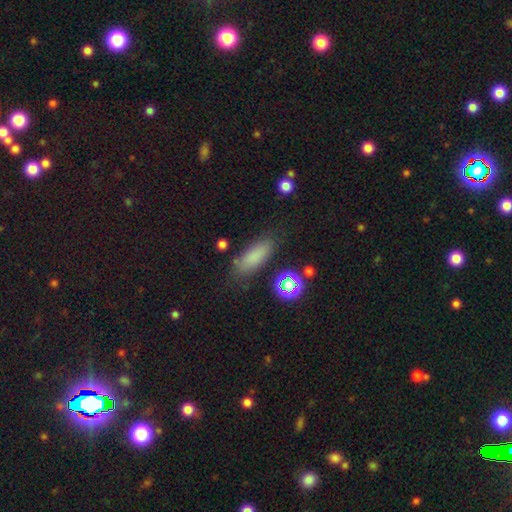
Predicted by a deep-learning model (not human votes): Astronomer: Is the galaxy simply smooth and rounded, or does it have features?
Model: smooth — 78%.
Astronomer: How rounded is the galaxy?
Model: in between — 65%.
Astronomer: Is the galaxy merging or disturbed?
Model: none — 76%.